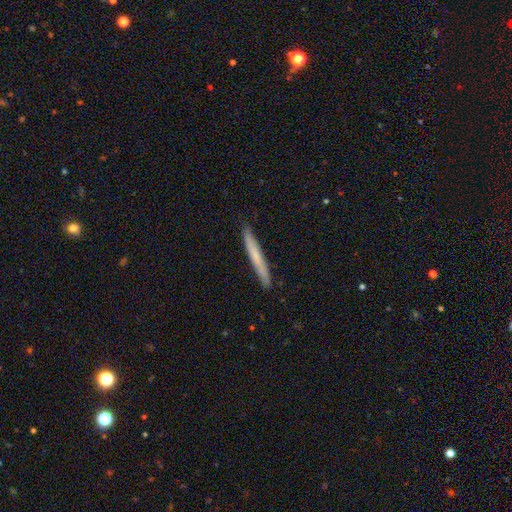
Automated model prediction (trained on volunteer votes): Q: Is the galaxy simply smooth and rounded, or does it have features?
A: smooth — 60%.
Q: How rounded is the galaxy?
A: cigar-shaped — 97%.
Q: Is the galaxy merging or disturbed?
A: none — 89%.